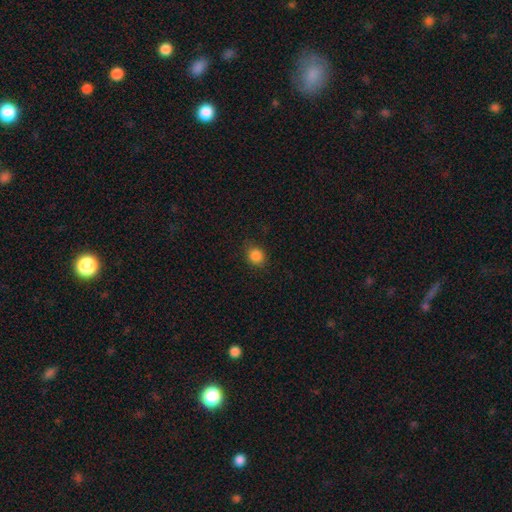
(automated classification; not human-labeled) This is clearly a smooth galaxy (86%). How rounded: likely round (77%). Merging: clearly none (84%).